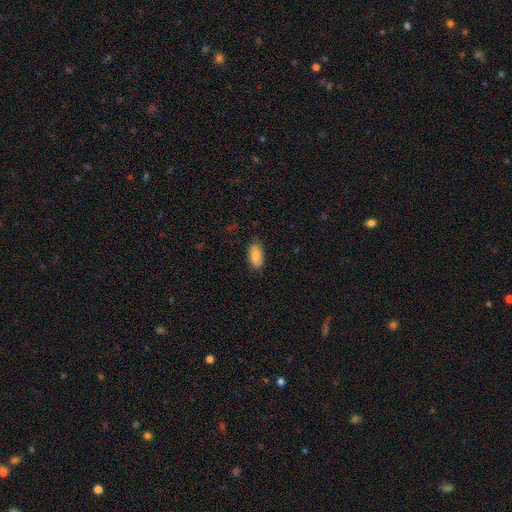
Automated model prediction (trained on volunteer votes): Morphology: type=smooth (81%); roundness=in between (93%); merging=none (81%).